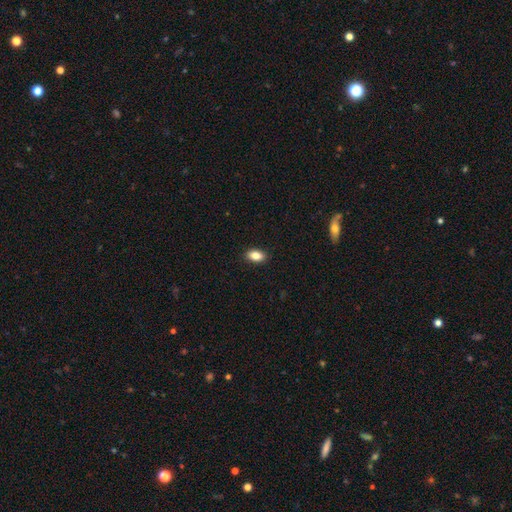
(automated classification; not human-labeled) Smooth or featured? Predicted: smooth (p=0.85). How rounded? Predicted: in between (p=0.89). Merging? Predicted: none (p=0.90).